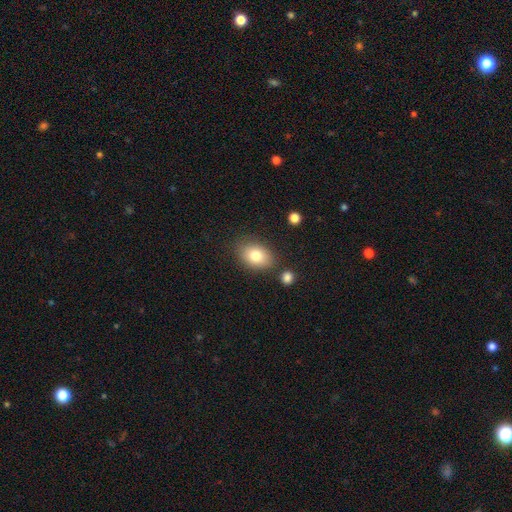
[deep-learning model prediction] Smooth or featured? Predicted: smooth (p=0.81). How rounded? Predicted: in between (p=0.78). Merging? Predicted: none (p=0.78).